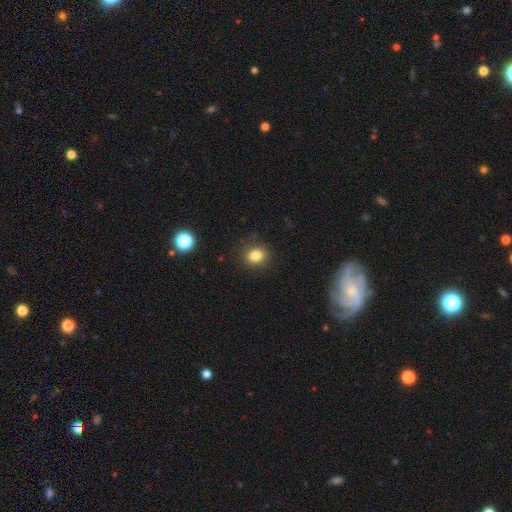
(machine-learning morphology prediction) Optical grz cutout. It shows a smooth galaxy with no disk features (82%) that is round (63%). Merging: none (87%).